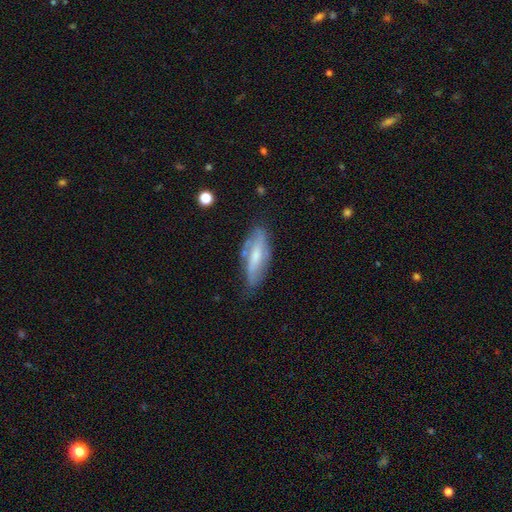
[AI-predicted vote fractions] smooth_or_featured: featured or disk (p=0.47) [alt: smooth p=0.46]
merging: none (p=0.59) [alt: minor disturbance p=0.29]